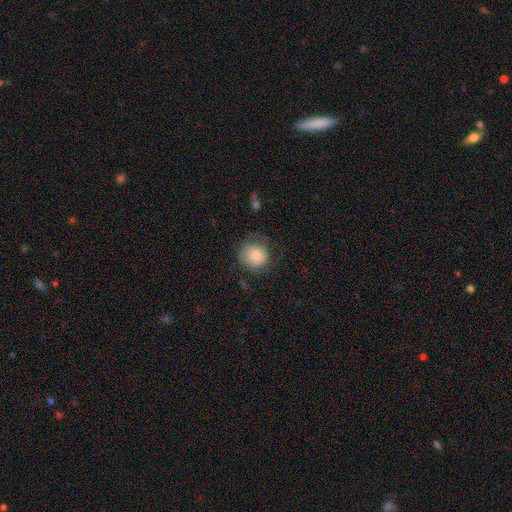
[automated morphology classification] Smooth or featured: smooth — 73% (featured or disk — 19%)
How rounded: round — 88% (in between — 11%)
Merging: none — 65% (minor disturbance — 22%)